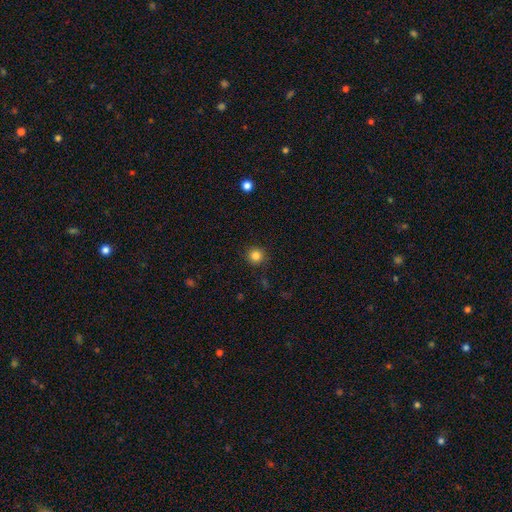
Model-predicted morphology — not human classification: Smooth or featured? Predicted: smooth (p=0.83). How rounded? Predicted: round (p=0.94). Merging? Predicted: none (p=0.90).